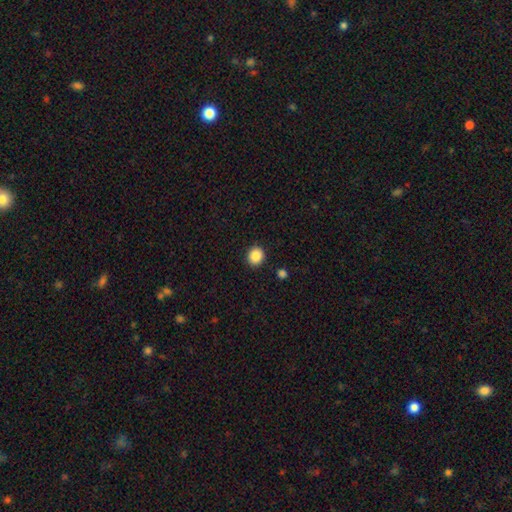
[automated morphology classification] A smooth galaxy with no disk features (87%) that is round (80%). Merging: none (91%).